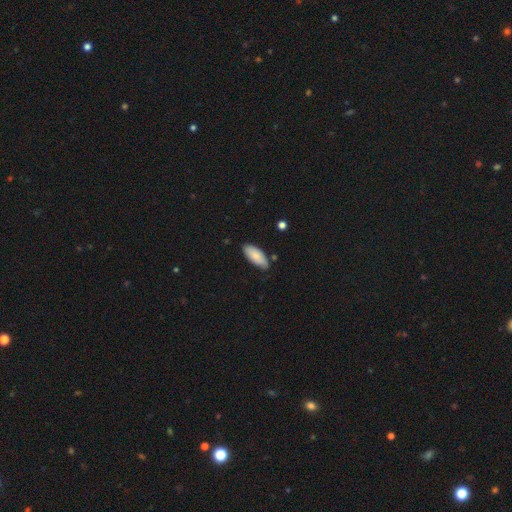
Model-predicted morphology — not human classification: smooth 81%, featured or disk 13%, star or artifact 6%. Down the decision tree: how rounded — in between (85%); merging — none (74%).